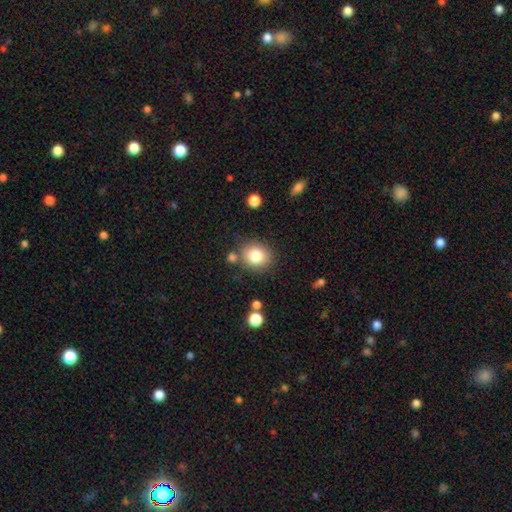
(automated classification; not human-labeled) A smooth galaxy with no disk features (81%) that is round (73%).

Vote fractions:
- Smooth or featured? smooth: 81% / star or artifact: 10% / featured or disk: 9%
- How rounded? round: 73% / in between: 26% / cigar-shaped: 1%
- Merging? none: 78% / minor disturbance: 11% / merger: 7% / major disturbance: 4%